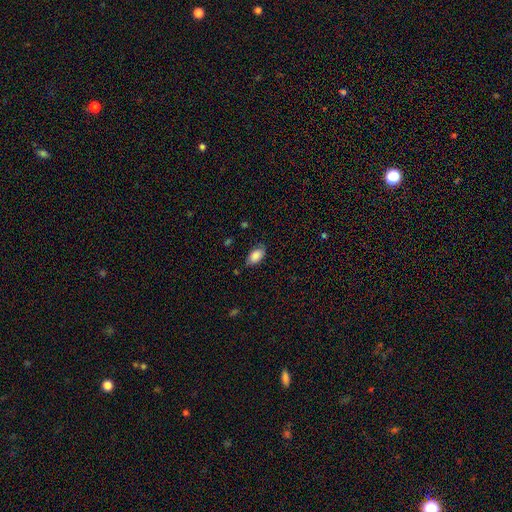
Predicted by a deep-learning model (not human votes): Smooth or featured? smooth (86%)
How rounded? in between (93%)
Merging? none (75%)